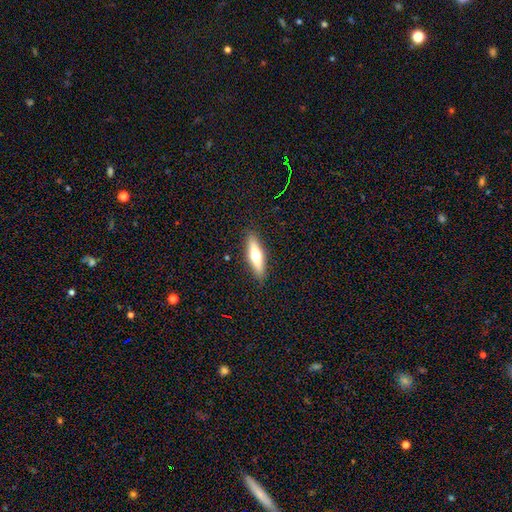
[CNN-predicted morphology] Smooth or featured? Predicted: featured or disk (p=0.47, tied with smooth). Merging? Predicted: none (p=0.90).